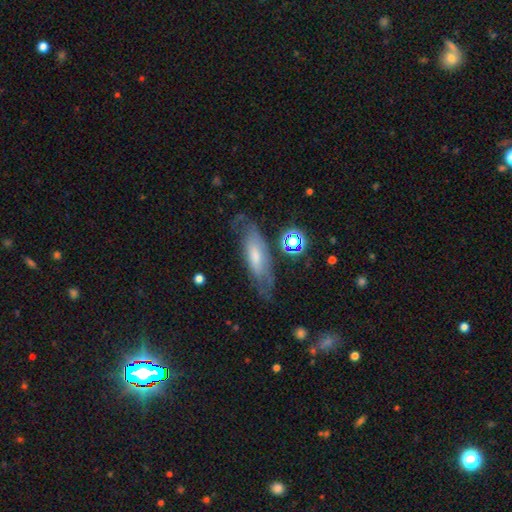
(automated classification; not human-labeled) The model was most divided on "smooth or featured": featured or disk: 49%, smooth: 42%, star or artifact: 10%. More confident: merging — none (63%).